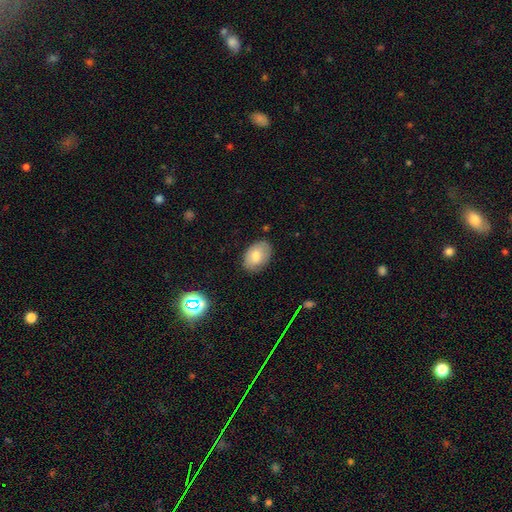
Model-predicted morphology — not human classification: Q: Smooth or featured?
A: smooth (77%); runner-up: featured or disk (15%)
Q: How rounded?
A: in between (83%); runner-up: round (16%)
Q: Merging?
A: none (81%); runner-up: minor disturbance (15%)